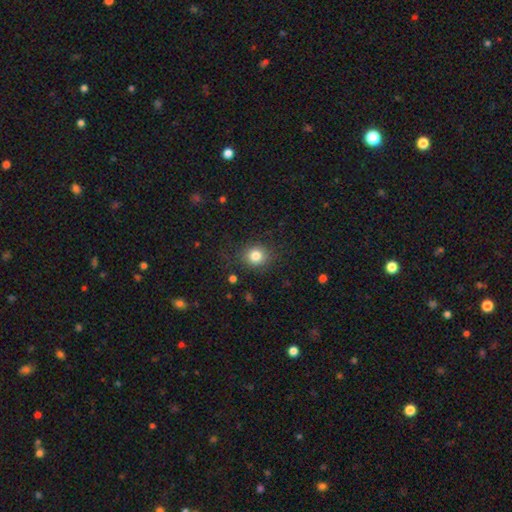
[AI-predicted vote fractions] Smooth or featured: smooth — 82% (star or artifact — 12%)
How rounded: round — 82% (in between — 17%)
Merging: none — 86% (minor disturbance — 9%)